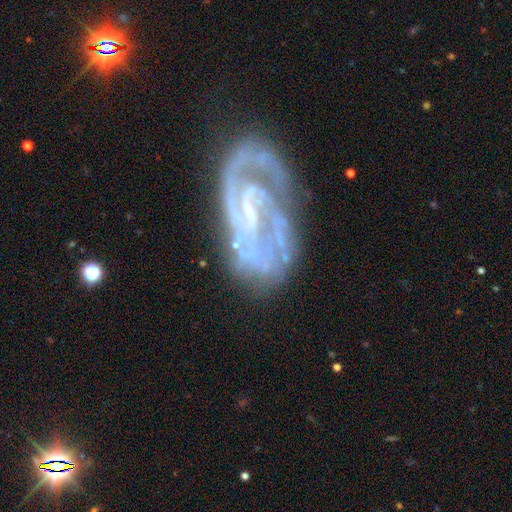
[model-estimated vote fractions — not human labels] Overall: featured or disk (87%). Edge-on disk: no (97%). Bar: weak (45%; no 34%). Spiral arms: yes (92%). Spiral arm count: 2 (43%; can't tell 20%). Spiral winding: medium (44%; tight 38%). Bulge size: small (51%; none 32%). Merging: none (56%; minor disturbance 20%).